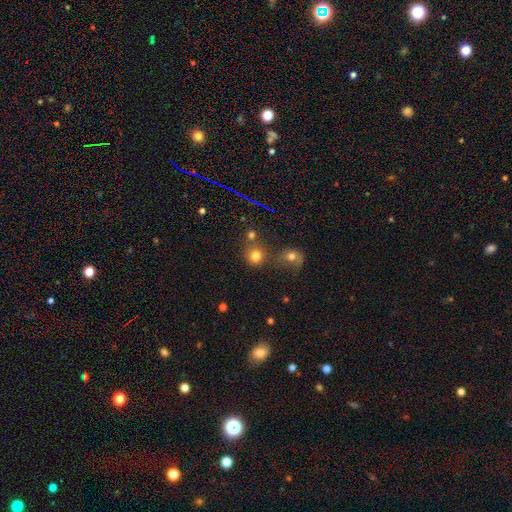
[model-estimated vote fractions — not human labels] smooth_or_featured: smooth (p=0.76) [alt: star or artifact p=0.16]
how_rounded: round (p=0.88) [alt: in between p=0.11]
merging: none (p=0.63) [alt: merger p=0.22]